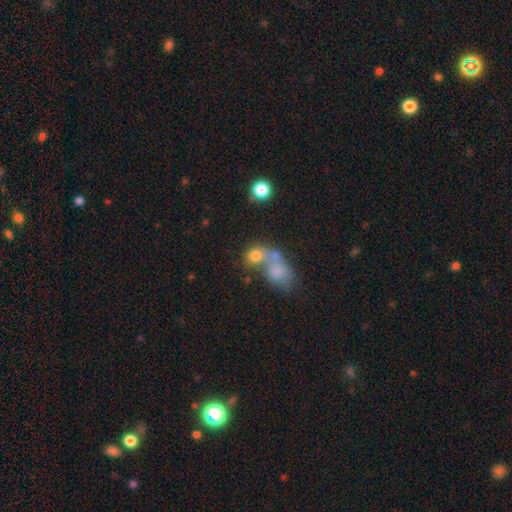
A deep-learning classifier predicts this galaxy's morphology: This is likely a smooth galaxy (73%). How rounded: possibly round (59%). Merging: possibly merger (58%).